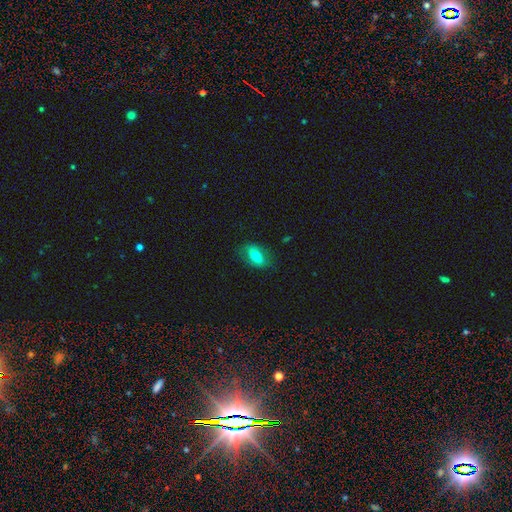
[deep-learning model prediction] Overall: smooth (65%; featured or disk 27%). How rounded: in between (82%). Merging: none (76%).